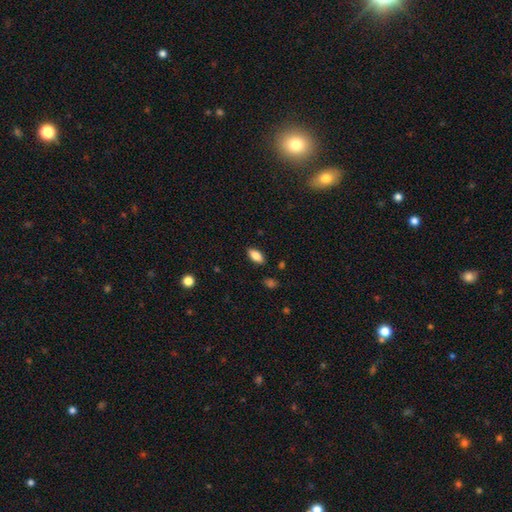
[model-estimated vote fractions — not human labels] smooth-or-featured: smooth: 82% | featured or disk: 10% | star or artifact: 8%
  how-rounded: in between: 89% | cigar-shaped: 8% | round: 3%
  merging: none: 87% | minor disturbance: 10% | major disturbance: 2% | merger: 1%